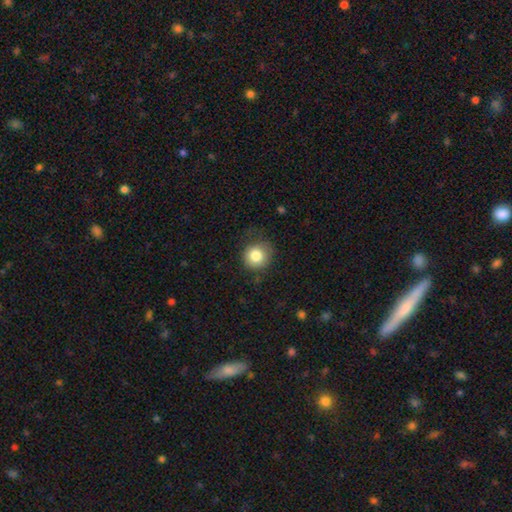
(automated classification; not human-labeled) A smooth galaxy with no disk features (82%) that is round (90%).

Vote fractions:
- Smooth or featured? smooth: 82% / star or artifact: 10% / featured or disk: 8%
- How rounded? round: 90% / in between: 9% / cigar-shaped: 1%
- Merging? none: 75% / minor disturbance: 18% / major disturbance: 6% / merger: 1%